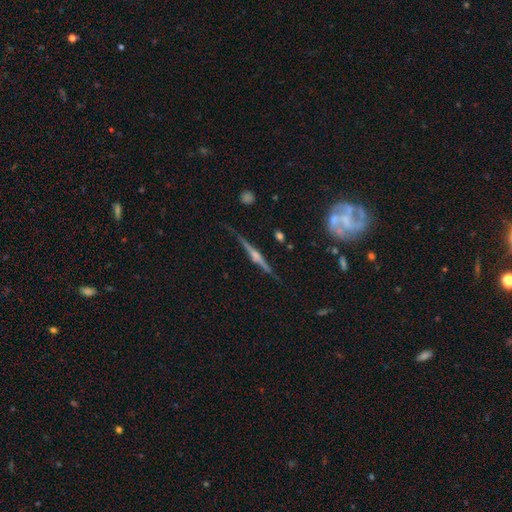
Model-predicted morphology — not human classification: This is clearly a featured or disk galaxy (82%). It is clearly viewed edge-on (97%). Edge-on bulge: clearly rounded (83%). Merging: clearly none (83%).